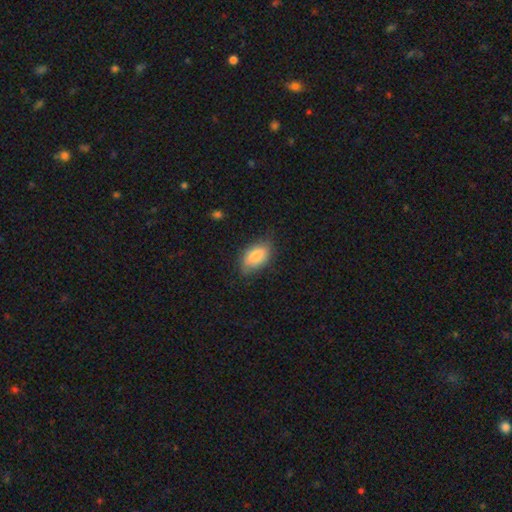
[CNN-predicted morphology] smooth 78%, featured or disk 15%, star or artifact 7%. Down the decision tree: how rounded — in between (90%); merging — none (71%).